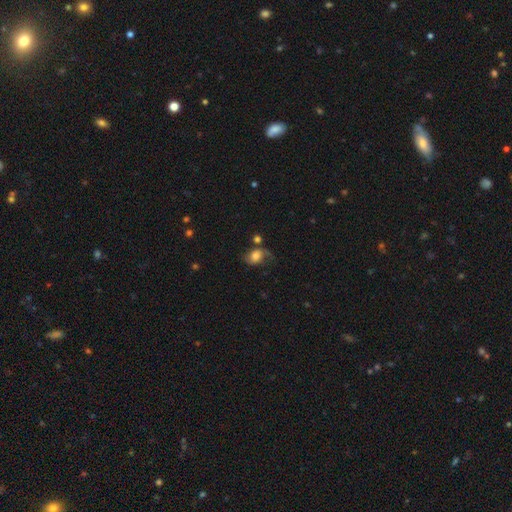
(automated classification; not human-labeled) This is possibly a smooth galaxy (46%). Merging: possibly none (48%).